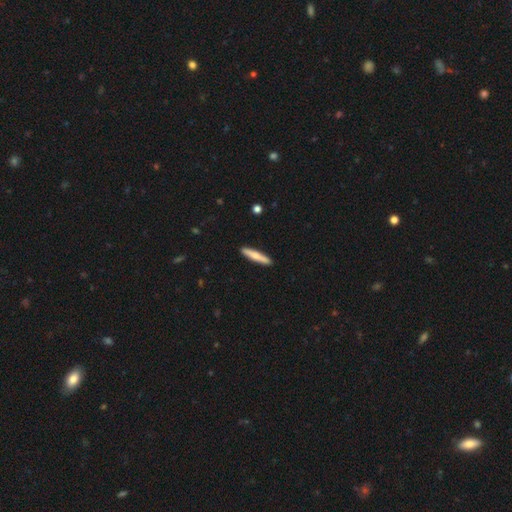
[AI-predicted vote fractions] Smooth or featured: smooth — 66% (featured or disk — 29%)
How rounded: cigar-shaped — 91% (in between — 7%)
Merging: none — 91% (minor disturbance — 7%)